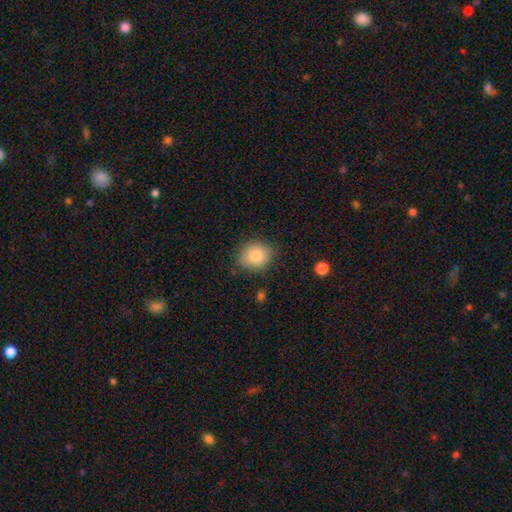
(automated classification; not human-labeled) Overall: smooth (84%). How rounded: round (67%; in between 32%). Merging: none (80%).